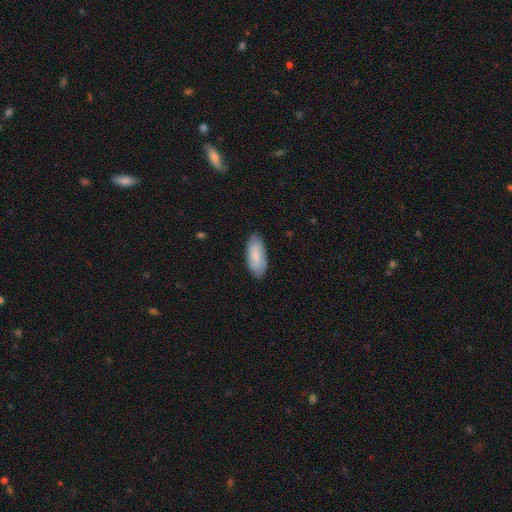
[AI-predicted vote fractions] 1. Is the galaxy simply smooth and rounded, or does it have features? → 72% smooth, 22% featured or disk, 6% star or artifact.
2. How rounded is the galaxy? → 87% in between, 11% cigar-shaped, 2% round.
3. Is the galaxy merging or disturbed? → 82% none, 14% minor disturbance, 3% major disturbance, 1% merger.